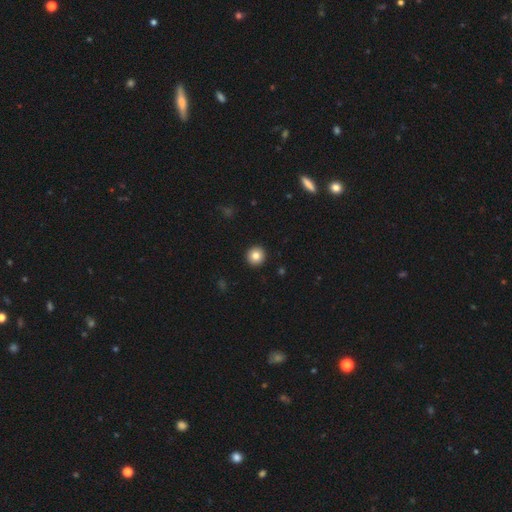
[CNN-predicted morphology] smooth-or-featured: smooth: 84% | star or artifact: 9% | featured or disk: 7%
  how-rounded: round: 95% | in between: 4% | cigar-shaped: 1%
  merging: none: 94% | minor disturbance: 4% | major disturbance: 1% | merger: 1%